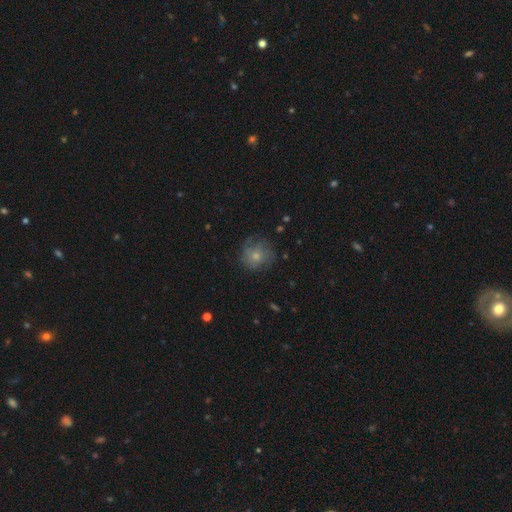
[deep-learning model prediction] Smooth or featured?
  - smooth: 55% *
  - featured or disk: 33%
  - star or artifact: 12%
How rounded?
  - round: 84% *
  - in between: 16%
  - cigar-shaped: 1%
Merging?
  - none: 63% *
  - minor disturbance: 22%
  - major disturbance: 13%
  - merger: 2%